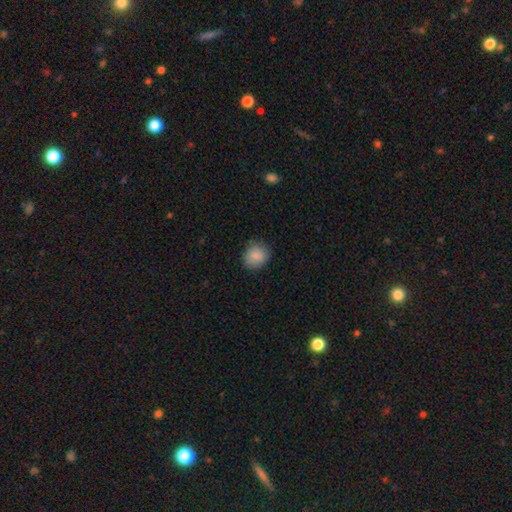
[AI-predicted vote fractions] The model was most divided on "how rounded": round: 75%, in between: 24%, cigar-shaped: 1%. More confident: smooth or featured — smooth (88%); merging — none (82%).